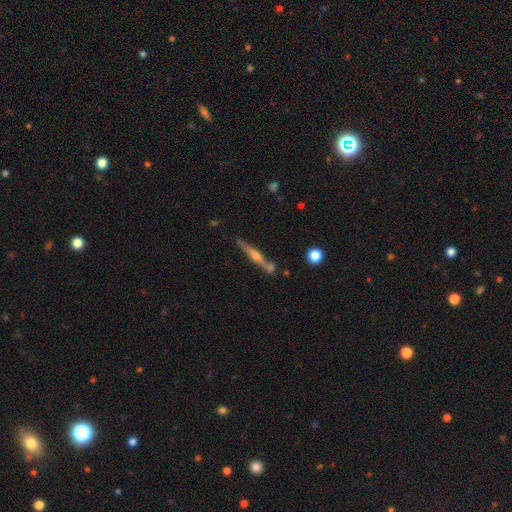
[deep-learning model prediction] featured or disk 70%, smooth 24%, star or artifact 7%. Down the decision tree: edge-on disk — yes (97%); edge-on bulge — rounded (85%); merging — none (74%).